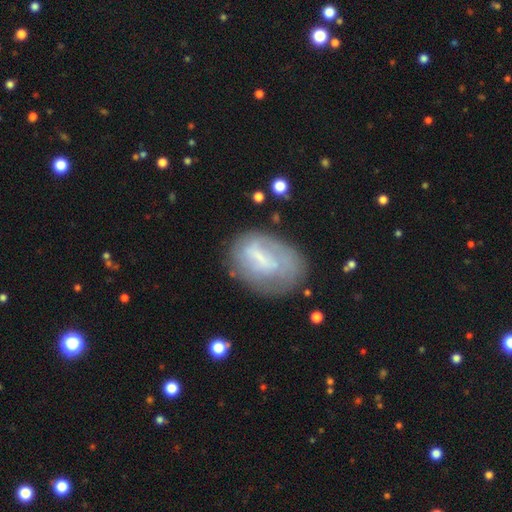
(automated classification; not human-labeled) smooth_or_featured: featured or disk (p=0.45) [alt: smooth p=0.44]
merging: none (p=0.60) [alt: minor disturbance p=0.24]